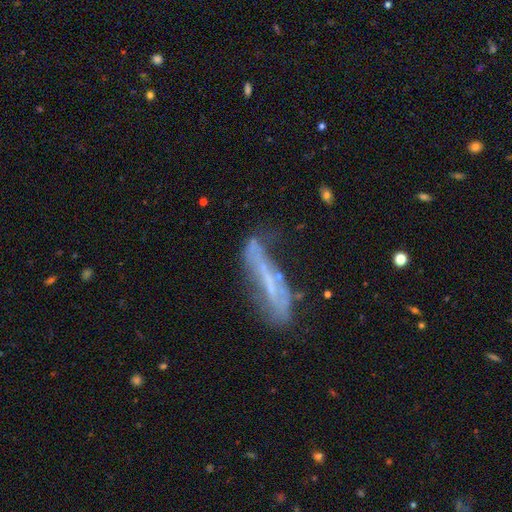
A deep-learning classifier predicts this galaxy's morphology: smooth_or_featured: featured or disk (p=0.57) [alt: smooth p=0.30]
disk_edge_on: yes (p=0.51) [alt: no p=0.49]
merging: none (p=0.49) [alt: minor disturbance p=0.27]